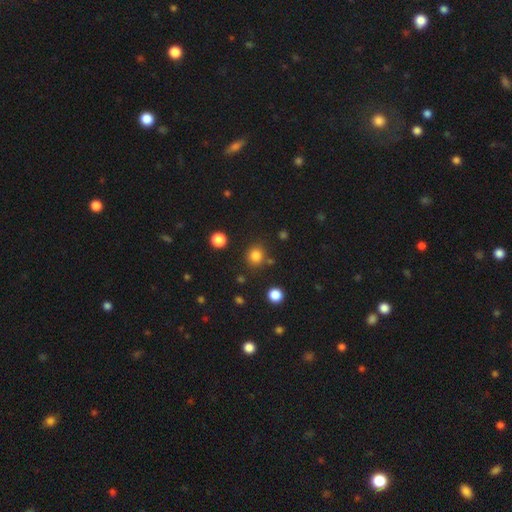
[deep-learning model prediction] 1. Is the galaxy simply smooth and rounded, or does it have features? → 82% smooth, 13% star or artifact, 4% featured or disk.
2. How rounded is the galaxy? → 85% round, 14% in between, 1% cigar-shaped.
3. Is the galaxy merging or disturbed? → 82% none, 9% minor disturbance, 6% merger, 3% major disturbance.